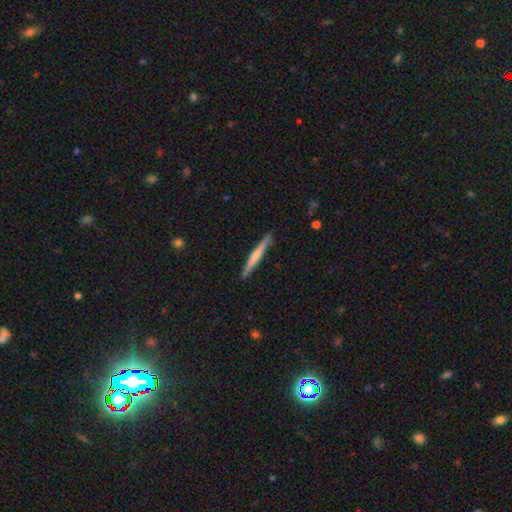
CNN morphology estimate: smooth 52%, featured or disk 43%, star or artifact 5%. Down the decision tree: how rounded — cigar-shaped (96%); merging — none (89%).